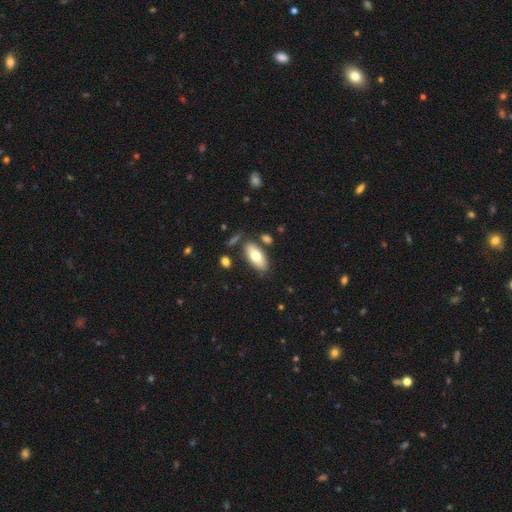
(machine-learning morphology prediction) type=smooth (70%); roundness=in between (88%); merging=none (79%).